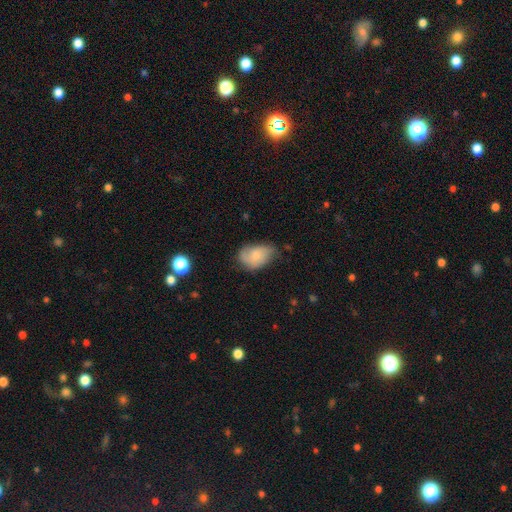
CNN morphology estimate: Smooth or featured: smooth — 64% (featured or disk — 29%)
How rounded: in between — 84% (round — 14%)
Merging: none — 46% (minor disturbance — 39%)